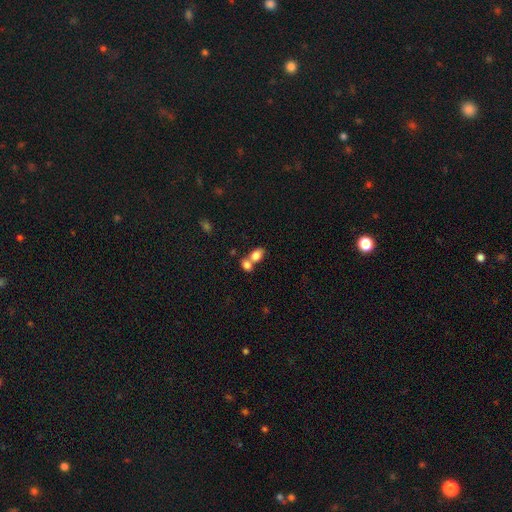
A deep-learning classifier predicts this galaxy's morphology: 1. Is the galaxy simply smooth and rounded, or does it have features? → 80% smooth, 11% featured or disk, 9% star or artifact.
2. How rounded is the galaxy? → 80% in between, 18% round, 2% cigar-shaped.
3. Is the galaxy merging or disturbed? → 61% merger, 28% none, 7% minor disturbance, 4% major disturbance.